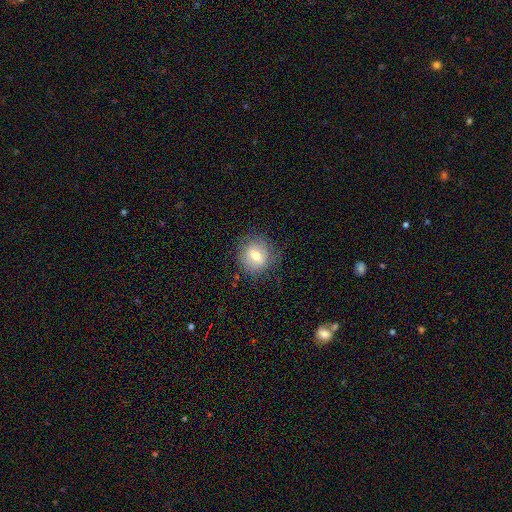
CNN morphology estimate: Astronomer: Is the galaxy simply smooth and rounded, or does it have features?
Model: smooth — 59%.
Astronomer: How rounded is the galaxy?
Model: round — 82%.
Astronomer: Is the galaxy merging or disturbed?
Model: none — 79%.